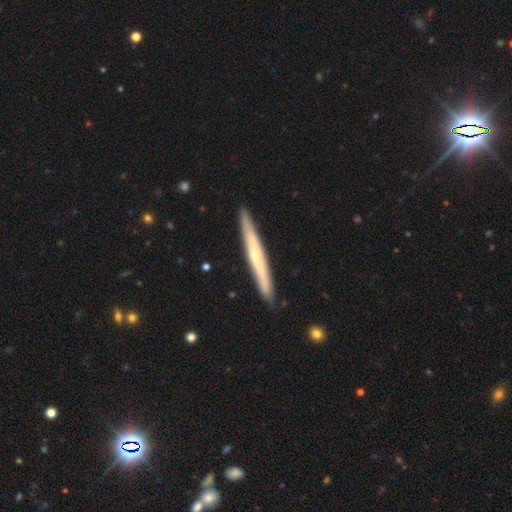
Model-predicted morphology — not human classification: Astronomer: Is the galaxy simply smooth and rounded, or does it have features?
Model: featured or disk — 54% (runner-up: smooth, 41%).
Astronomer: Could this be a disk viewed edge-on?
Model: yes — 94%.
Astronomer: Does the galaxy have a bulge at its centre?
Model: none — 60%.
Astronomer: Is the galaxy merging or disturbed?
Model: none — 90%.